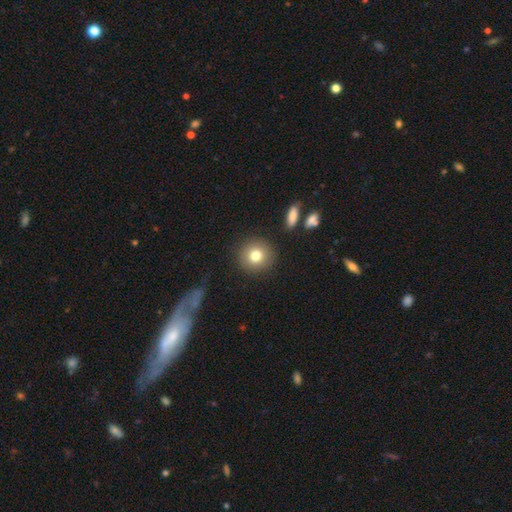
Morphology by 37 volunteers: Smooth or featured?
  - smooth: 84% *
  - featured or disk: 14%
  - star or artifact: 3%
How rounded?
  - round: 94% *
  - in between: 3%
  - cigar-shaped: 3%
Merging?
  - none: 89% *
  - minor disturbance: 8%
  - merger: 3%
  - major disturbance: 0%